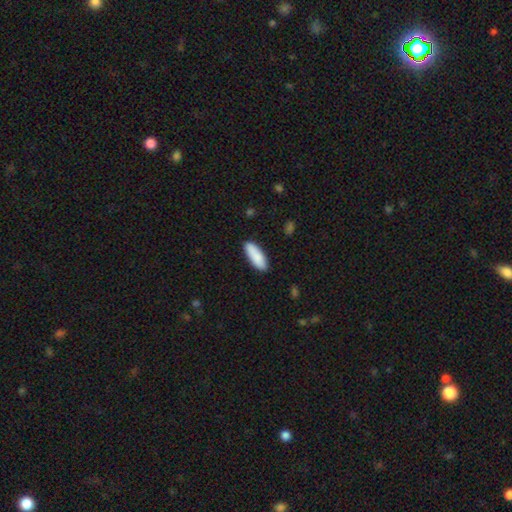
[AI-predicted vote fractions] Morphology: type=smooth (88%); roundness=in between (68%); merging=none (87%).